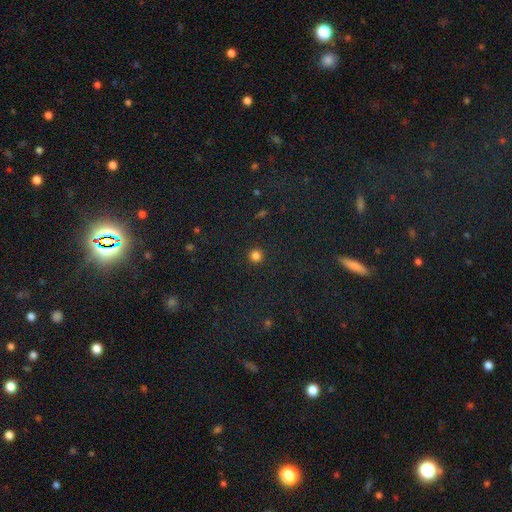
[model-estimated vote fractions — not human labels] Smooth or featured?
  - smooth: 82% *
  - star or artifact: 14%
  - featured or disk: 4%
How rounded?
  - round: 94% *
  - in between: 5%
  - cigar-shaped: 1%
Merging?
  - none: 92% *
  - minor disturbance: 5%
  - major disturbance: 2%
  - merger: 1%